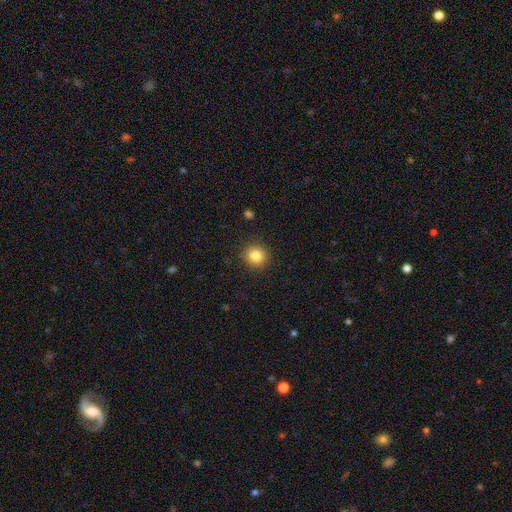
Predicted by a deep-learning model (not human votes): Q: Smooth or featured?
A: smooth (83%); runner-up: star or artifact (11%)
Q: How rounded?
A: round (92%); runner-up: in between (7%)
Q: Merging?
A: none (90%); runner-up: minor disturbance (6%)